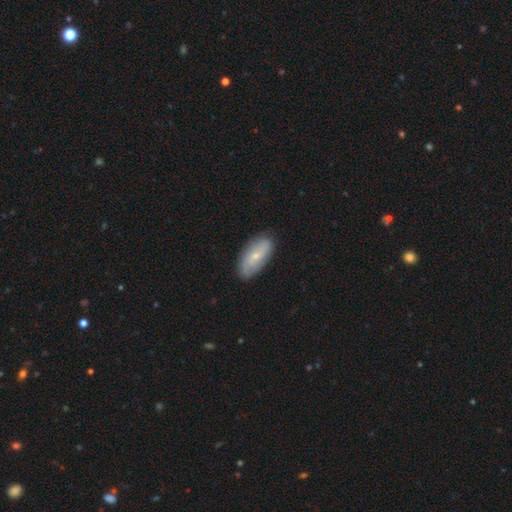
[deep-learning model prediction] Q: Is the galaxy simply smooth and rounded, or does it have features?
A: featured or disk — 48%.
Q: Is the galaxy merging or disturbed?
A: none — 82%.